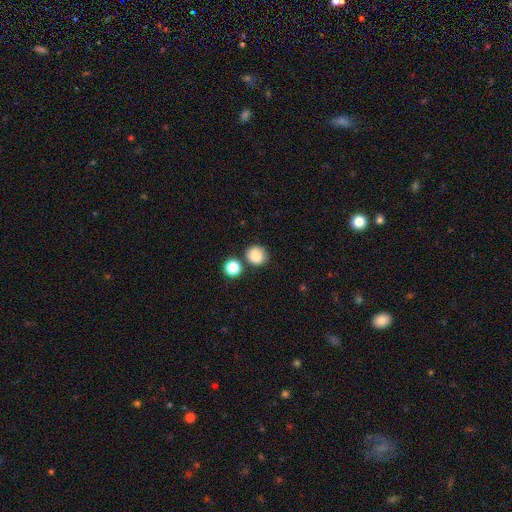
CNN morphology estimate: type=smooth (83%); roundness=round (86%); merging=none (73%).